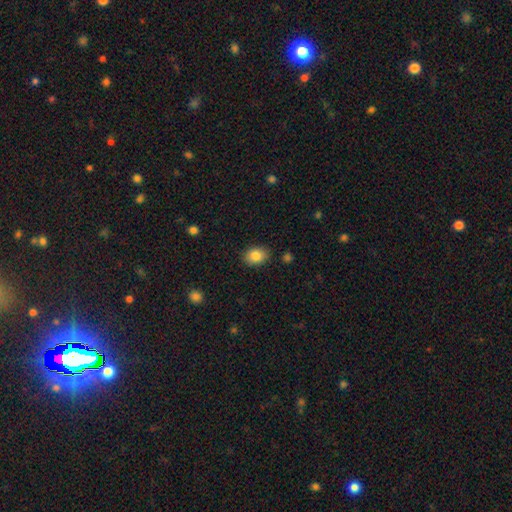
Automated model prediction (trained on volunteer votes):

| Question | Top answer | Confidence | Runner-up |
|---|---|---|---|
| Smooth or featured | smooth | 85% | star or artifact (8%) |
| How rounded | in between | 72% | round (27%) |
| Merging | none | 86% | minor disturbance (10%) |